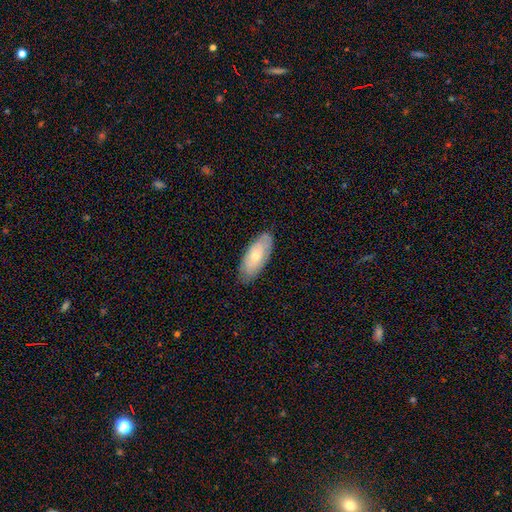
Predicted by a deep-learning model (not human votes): Overall: smooth (65%; featured or disk 30%). How rounded: in between (85%). Merging: none (82%).